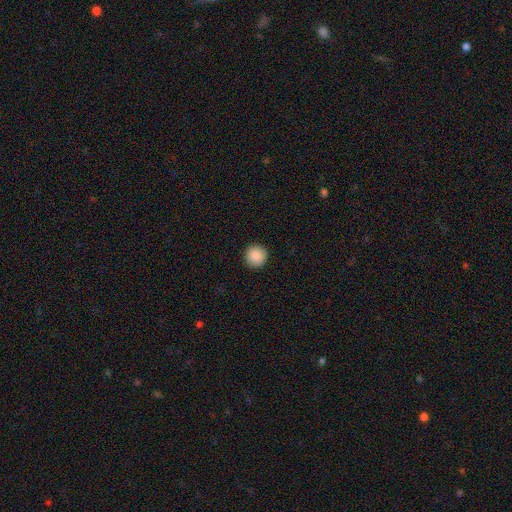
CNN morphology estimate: A smooth galaxy with no disk features (89%) that is round (95%).

Vote fractions:
- Smooth or featured? smooth: 89% / star or artifact: 8% / featured or disk: 3%
- How rounded? round: 95% / in between: 4% / cigar-shaped: 1%
- Merging? none: 93% / minor disturbance: 5% / major disturbance: 2% / merger: 1%